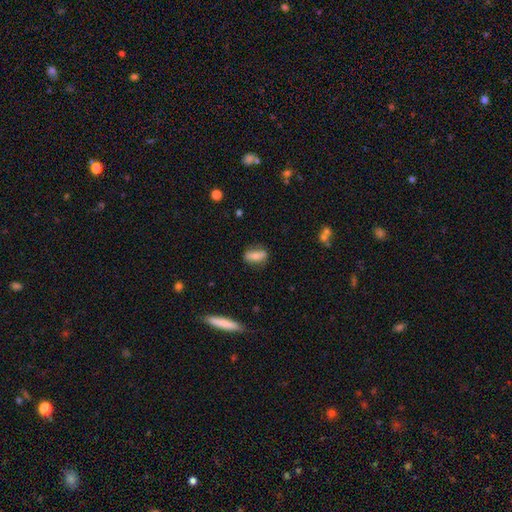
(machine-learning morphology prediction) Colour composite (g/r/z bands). It shows a smooth galaxy with no disk features (68%) that is in between round and cigar-shaped (75%). Merging: none (77%).